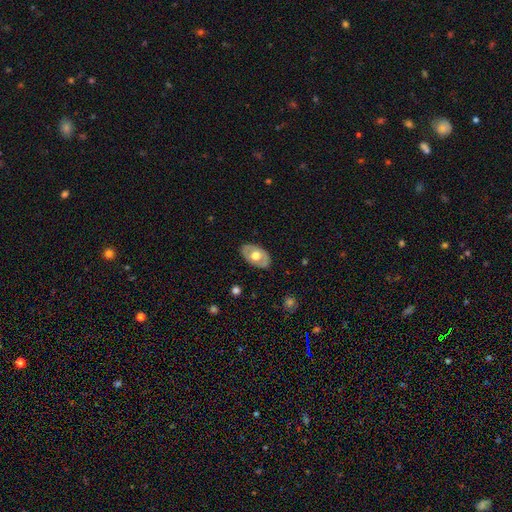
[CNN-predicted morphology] smooth_or_featured: smooth (p=0.48) [alt: featured or disk p=0.47]
merging: none (p=0.84) [alt: minor disturbance p=0.13]